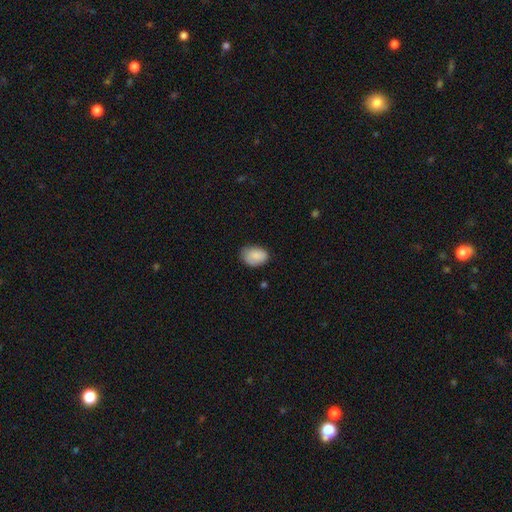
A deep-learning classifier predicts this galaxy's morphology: Smooth or featured? Predicted: smooth (p=0.87). How rounded? Predicted: in between (p=0.81). Merging? Predicted: none (p=0.71).